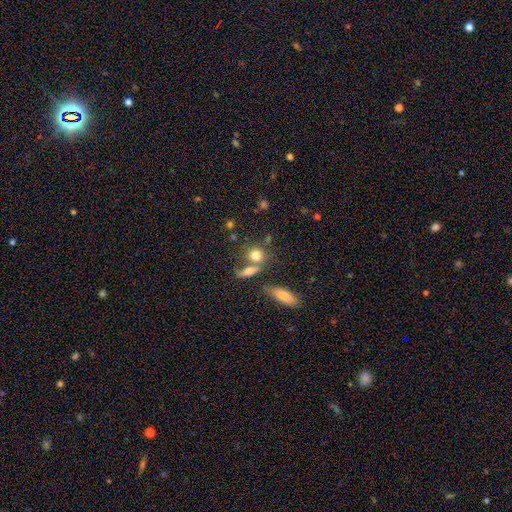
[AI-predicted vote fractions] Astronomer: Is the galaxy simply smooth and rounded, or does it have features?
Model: smooth — 75%.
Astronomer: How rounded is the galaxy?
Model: round — 69%.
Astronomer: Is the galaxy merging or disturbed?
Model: none — 49% (runner-up: merger, 35%).